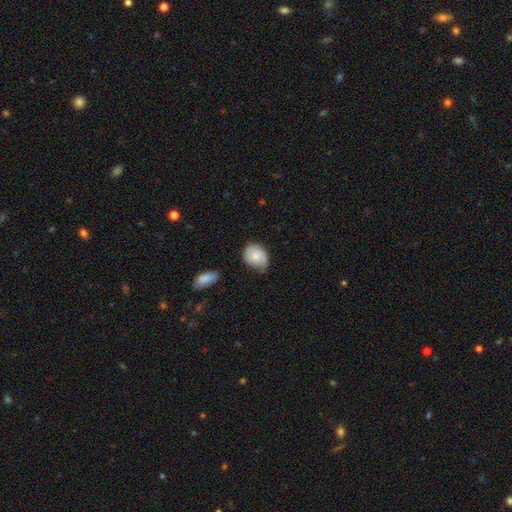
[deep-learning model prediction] smooth 67%, featured or disk 26%, star or artifact 7%. Down the decision tree: how rounded — in between (53%); merging — none (57%).